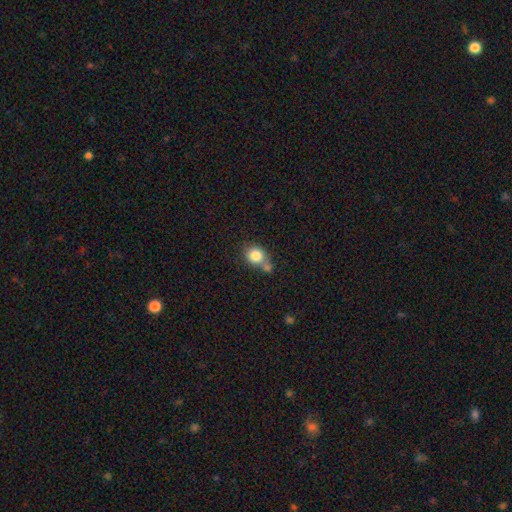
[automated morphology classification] smooth_or_featured: smooth (p=0.82) [alt: star or artifact p=0.10]
how_rounded: round (p=0.74) [alt: in between p=0.25]
merging: none (p=0.42) [alt: merger p=0.39]